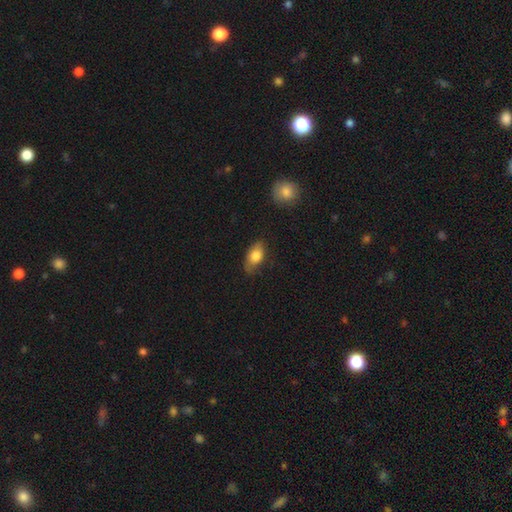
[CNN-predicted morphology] A smooth galaxy with no disk features (77%) that is in between round and cigar-shaped (87%).

Vote fractions:
- Smooth or featured? smooth: 77% / featured or disk: 16% / star or artifact: 7%
- How rounded? in between: 87% / round: 8% / cigar-shaped: 5%
- Merging? none: 68% / minor disturbance: 25% / major disturbance: 6% / merger: 2%